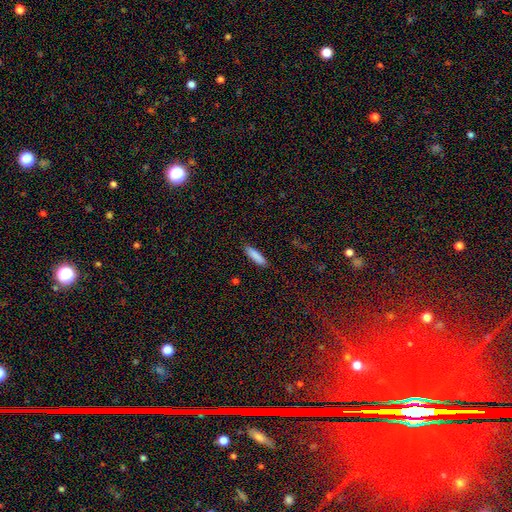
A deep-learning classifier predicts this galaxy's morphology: Smooth or featured: smooth — 87% (star or artifact — 7%)
How rounded: cigar-shaped — 72% (in between — 27%)
Merging: none — 89% (minor disturbance — 8%)